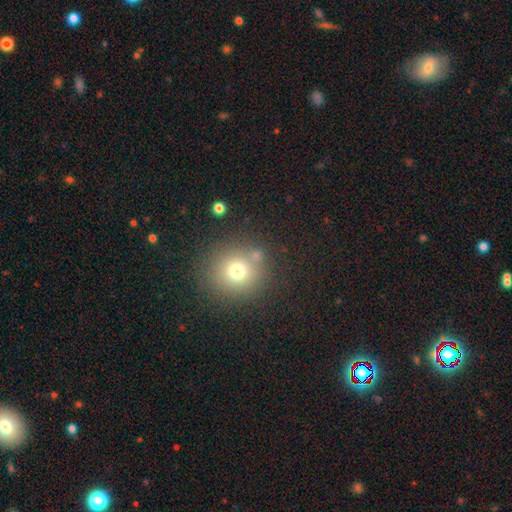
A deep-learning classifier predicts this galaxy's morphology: type=smooth (71%); roundness=round (89%); merging=none (78%).